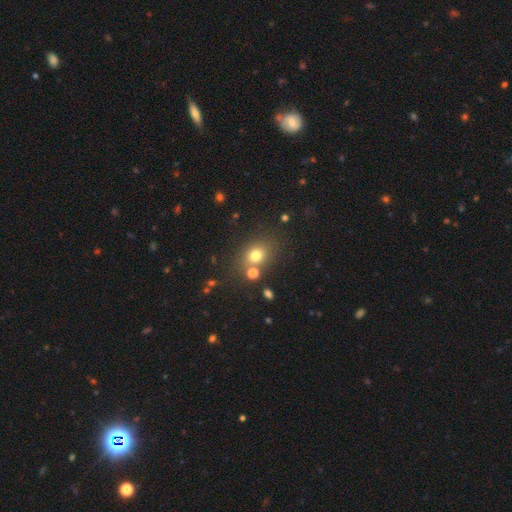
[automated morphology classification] Smooth or featured? smooth (73%)
How rounded? round (56%)
Merging? none (69%)